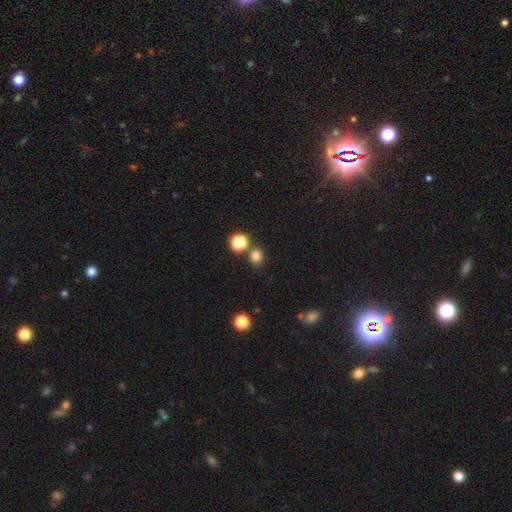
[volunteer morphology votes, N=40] Volunteers were most divided on "merging": none: 65%, merger: 32%, minor disturbance: 3%, major disturbance: 0%. More confident: smooth or featured — smooth (88%); how rounded — round (83%).